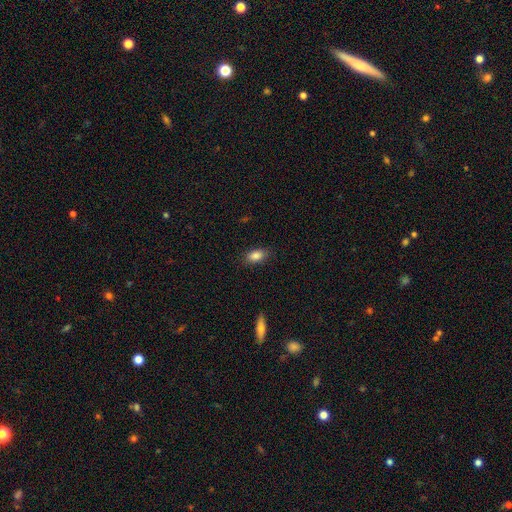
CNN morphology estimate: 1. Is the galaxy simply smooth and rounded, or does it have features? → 86% smooth, 8% star or artifact, 6% featured or disk.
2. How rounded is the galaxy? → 89% in between, 7% round, 5% cigar-shaped.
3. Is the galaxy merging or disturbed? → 86% none, 11% minor disturbance, 3% major disturbance, 1% merger.